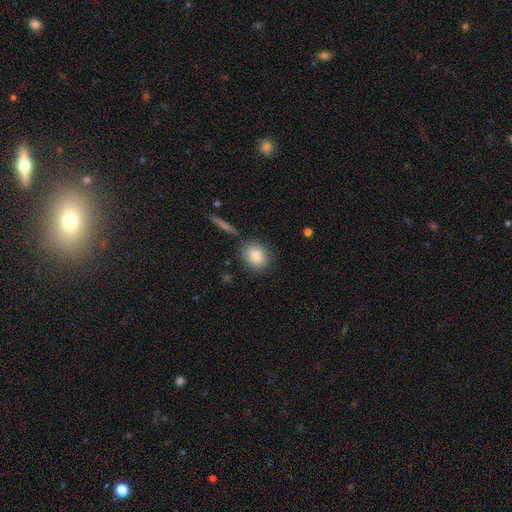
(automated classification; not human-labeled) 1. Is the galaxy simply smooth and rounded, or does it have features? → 84% smooth, 8% featured or disk, 8% star or artifact.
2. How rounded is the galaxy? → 63% round, 35% in between, 2% cigar-shaped.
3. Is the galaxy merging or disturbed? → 81% none, 10% minor disturbance, 5% merger, 3% major disturbance.